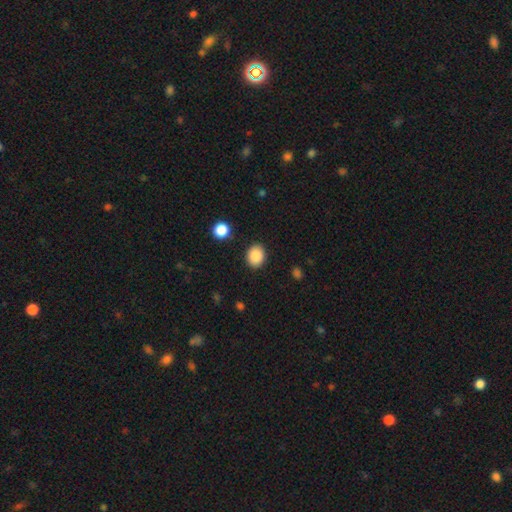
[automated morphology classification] Q: Smooth or featured?
A: smooth (88%); runner-up: star or artifact (9%)
Q: How rounded?
A: round (51%); runner-up: in between (48%)
Q: Merging?
A: none (88%); runner-up: minor disturbance (8%)